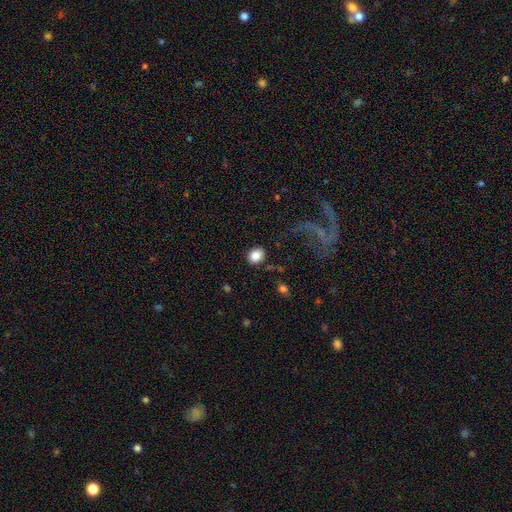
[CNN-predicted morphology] smooth-or-featured: smooth: 84% | star or artifact: 9% | featured or disk: 7%
  how-rounded: round: 54% | in between: 45% | cigar-shaped: 1%
  merging: none: 85% | minor disturbance: 9% | major disturbance: 4% | merger: 2%